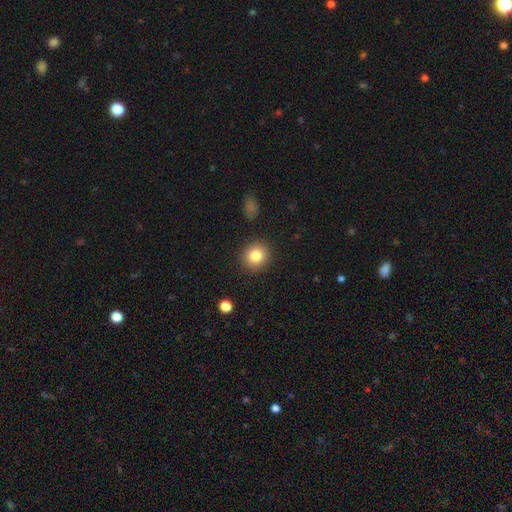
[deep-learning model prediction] This is clearly a smooth galaxy (83%). How rounded: clearly round (88%). Merging: clearly none (89%).